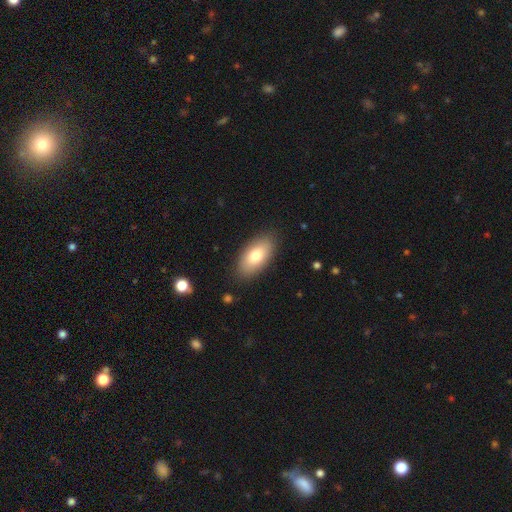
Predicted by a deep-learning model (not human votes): This is likely a smooth galaxy (76%). How rounded: clearly in between (92%). Merging: clearly none (87%).